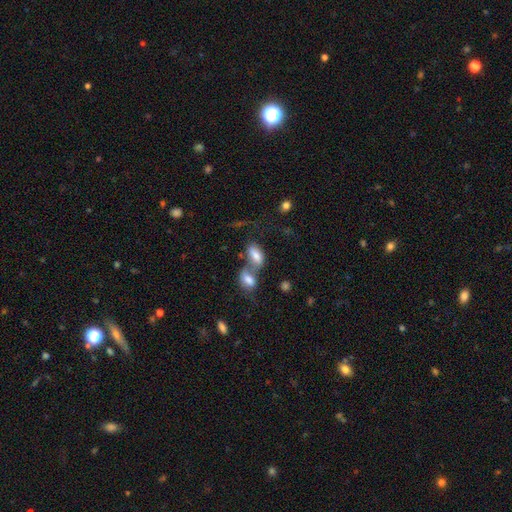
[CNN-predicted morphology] Smooth or featured? smooth (74%)
How rounded? in between (90%)
Merging? merger (63%)